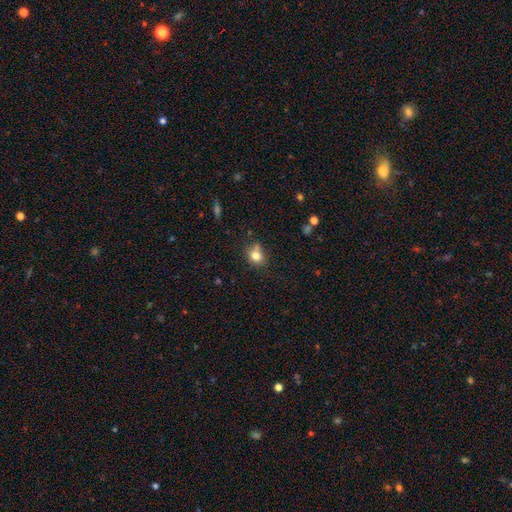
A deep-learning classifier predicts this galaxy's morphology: A smooth galaxy with no disk features (78%) that is round (68%).

Vote fractions:
- Smooth or featured? smooth: 78% / star or artifact: 12% / featured or disk: 10%
- How rounded? round: 68% / in between: 31% / cigar-shaped: 1%
- Merging? none: 65% / minor disturbance: 19% / merger: 11% / major disturbance: 5%